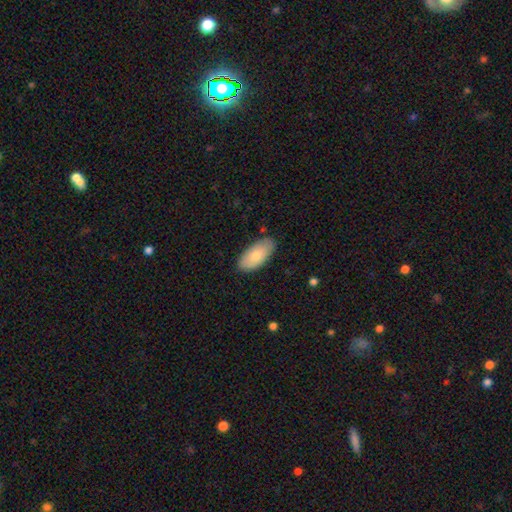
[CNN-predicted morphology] Smooth or featured: smooth — 78% (featured or disk — 16%)
How rounded: in between — 93% (cigar-shaped — 5%)
Merging: none — 84% (minor disturbance — 13%)